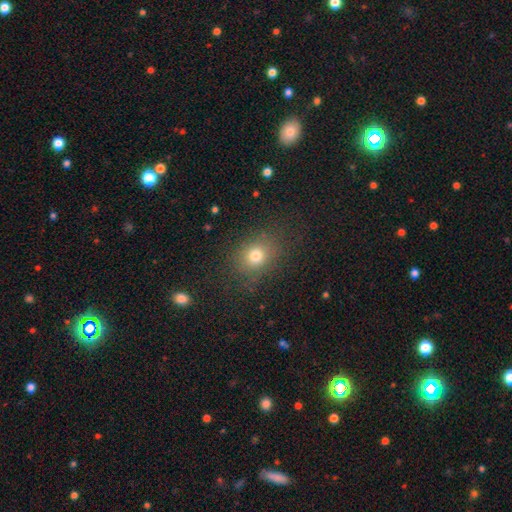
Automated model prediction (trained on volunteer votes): This appears to be a smooth galaxy with no disk features (76%) that is round (55%). Merging: none (81%).